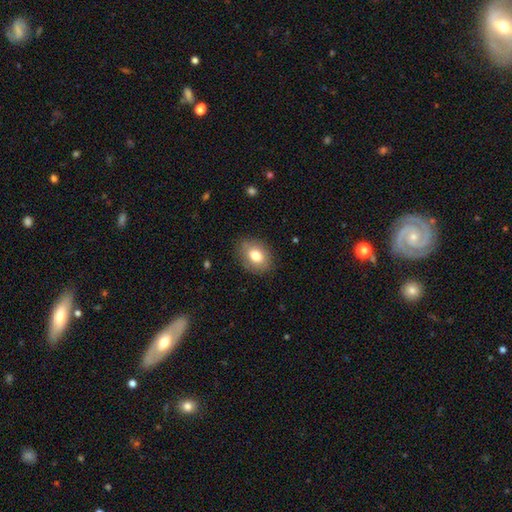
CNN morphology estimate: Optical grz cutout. It shows a smooth galaxy with no disk features (78%) that is in between round and cigar-shaped (72%). Merging: none (83%).